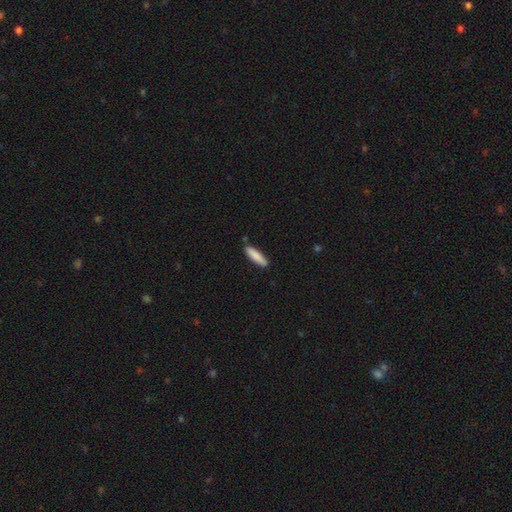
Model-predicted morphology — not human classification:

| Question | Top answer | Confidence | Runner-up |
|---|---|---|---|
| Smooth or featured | smooth | 86% | featured or disk (8%) |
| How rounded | cigar-shaped | 74% | in between (25%) |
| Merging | none | 84% | minor disturbance (11%) |